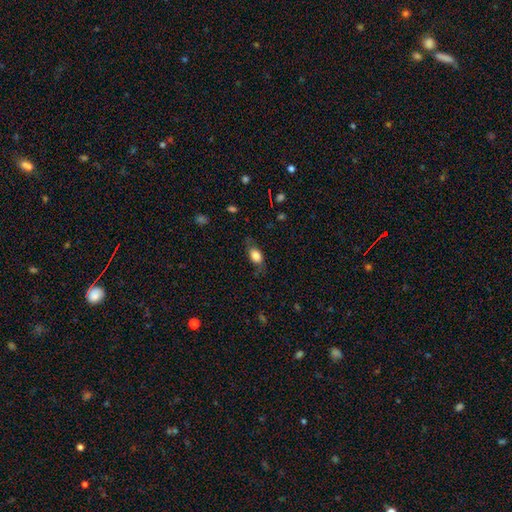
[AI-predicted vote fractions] Smooth or featured? Predicted: smooth (p=0.73). How rounded? Predicted: in between (p=0.83). Merging? Predicted: none (p=0.66).